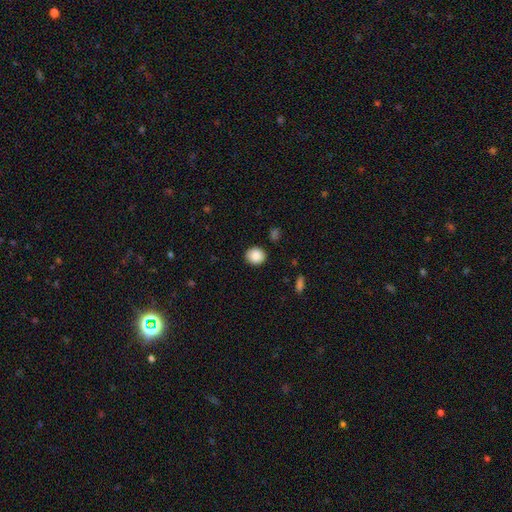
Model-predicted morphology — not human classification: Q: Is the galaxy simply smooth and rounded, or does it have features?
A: smooth — 88%.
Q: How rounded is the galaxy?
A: round — 78%.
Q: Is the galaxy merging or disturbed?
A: none — 89%.